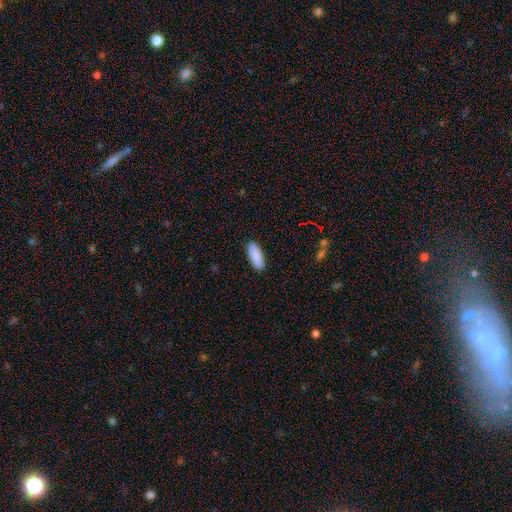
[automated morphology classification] Smooth or featured?
  - smooth: 90% *
  - star or artifact: 6%
  - featured or disk: 4%
How rounded?
  - in between: 78% *
  - cigar-shaped: 20%
  - round: 2%
Merging?
  - none: 90% *
  - minor disturbance: 7%
  - major disturbance: 2%
  - merger: 1%